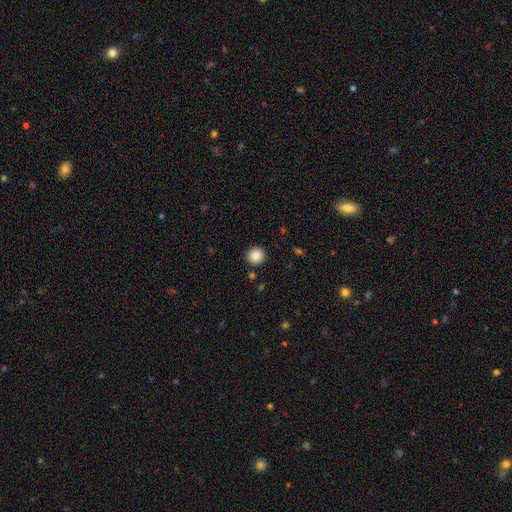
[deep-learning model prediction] A smooth galaxy with no disk features (86%) that is round (94%).

Vote fractions:
- Smooth or featured? smooth: 86% / star or artifact: 9% / featured or disk: 4%
- How rounded? round: 94% / in between: 5% / cigar-shaped: 1%
- Merging? none: 92% / minor disturbance: 5% / major disturbance: 2% / merger: 1%